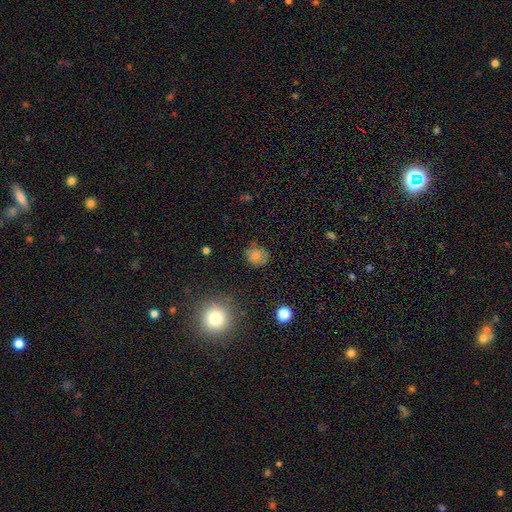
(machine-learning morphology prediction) Smooth or featured? Predicted: smooth (p=0.76). How rounded? Predicted: round (p=0.71). Merging? Predicted: none (p=0.71).